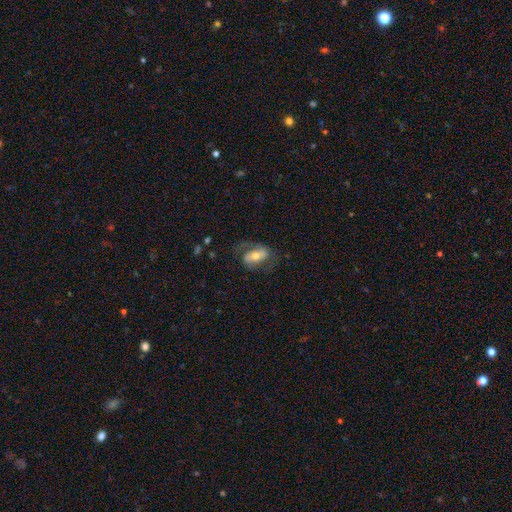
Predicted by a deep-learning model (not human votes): Q: Smooth or featured?
A: featured or disk (66%); runner-up: smooth (27%)
Q: Edge-on disk?
A: no (95%); runner-up: yes (5%)
Q: Bar?
A: strong (34%); runner-up: no (33%)
Q: Spiral arms?
A: yes (85%); runner-up: no (15%)
Q: Spiral winding?
A: medium (48%); runner-up: loose (34%)
Q: Spiral arm count?
A: 2 (79%); runner-up: 1 (11%)
Q: Bulge size?
A: moderate (59%); runner-up: small (30%)
Q: Merging?
A: none (62%); runner-up: minor disturbance (19%)